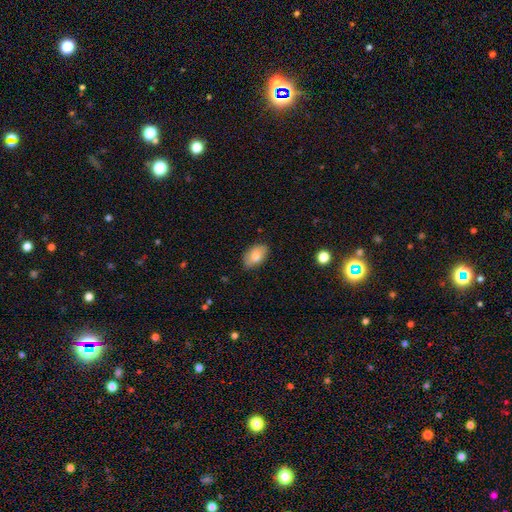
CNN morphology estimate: This is clearly a smooth galaxy (80%). How rounded: clearly in between (92%). Merging: clearly none (81%).